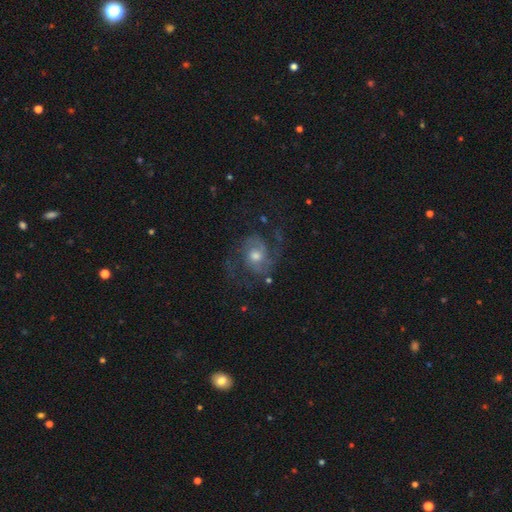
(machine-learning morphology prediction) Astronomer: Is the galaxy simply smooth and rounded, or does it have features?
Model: featured or disk — 81%.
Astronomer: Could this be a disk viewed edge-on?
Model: no — 98%.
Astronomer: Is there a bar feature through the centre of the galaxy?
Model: no — 65%.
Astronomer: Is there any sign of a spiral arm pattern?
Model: yes — 94%.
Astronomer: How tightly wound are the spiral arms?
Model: medium — 52% (runner-up: loose, 28%).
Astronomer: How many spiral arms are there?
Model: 2 — 82%.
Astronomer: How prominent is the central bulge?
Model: moderate — 66%.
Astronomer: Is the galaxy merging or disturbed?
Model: none — 63%.